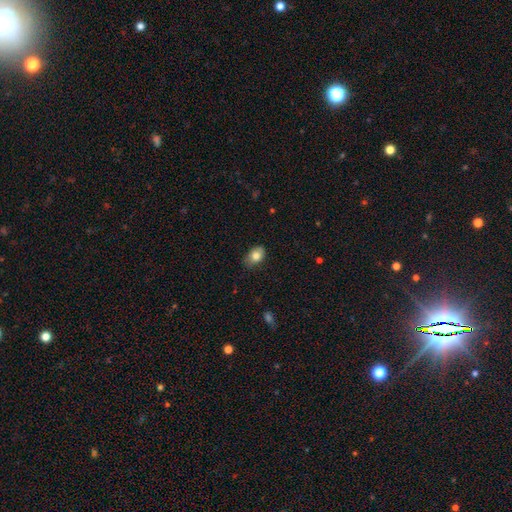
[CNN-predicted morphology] This is clearly a smooth galaxy (82%). How rounded: clearly in between (83%). Merging: likely none (75%).